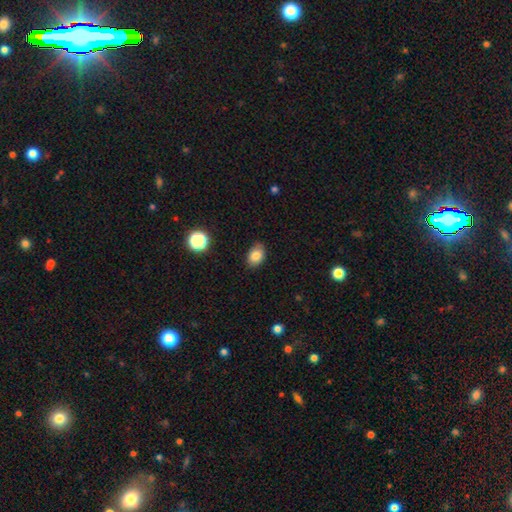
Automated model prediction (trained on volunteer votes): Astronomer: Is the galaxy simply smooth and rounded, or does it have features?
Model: smooth — 83%.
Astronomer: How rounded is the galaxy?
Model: in between — 79%.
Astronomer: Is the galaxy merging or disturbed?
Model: none — 82%.